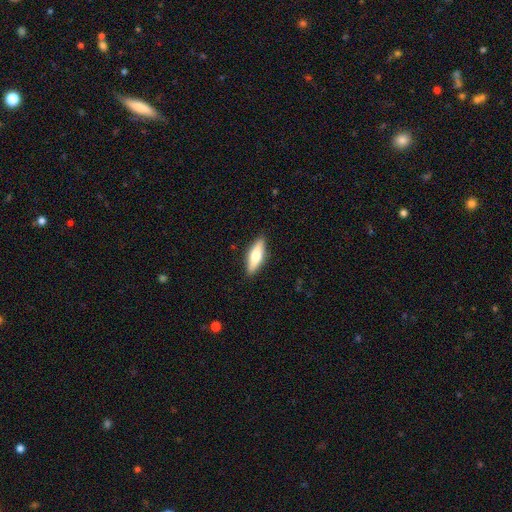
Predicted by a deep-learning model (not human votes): smooth_or_featured: smooth (p=0.63) [alt: featured or disk p=0.31]
how_rounded: in between (p=0.54) [alt: cigar-shaped p=0.44]
merging: none (p=0.89) [alt: minor disturbance p=0.08]